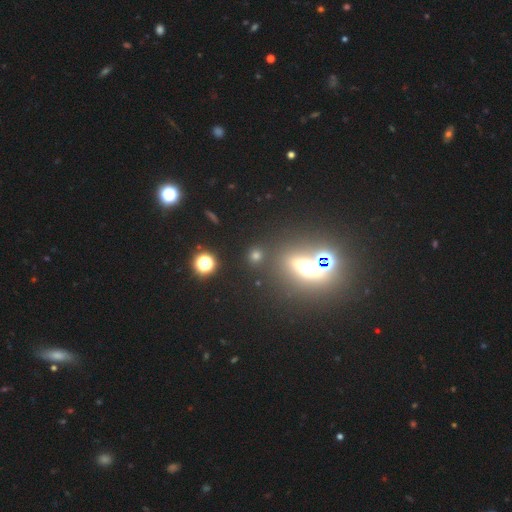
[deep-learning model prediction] Morphology: type=smooth (55%); roundness=round (80%); merging=none (81%).